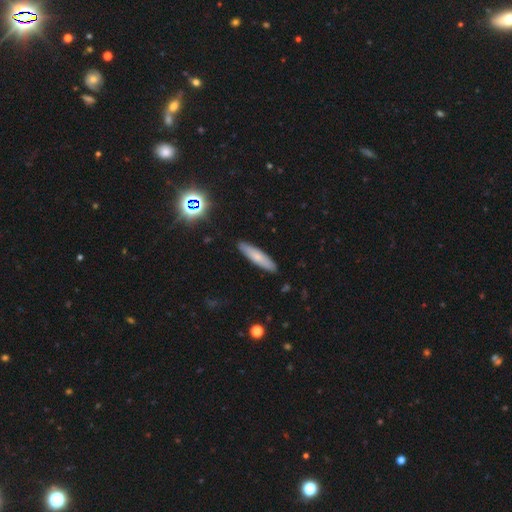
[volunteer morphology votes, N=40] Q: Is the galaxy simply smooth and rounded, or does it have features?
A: smooth — 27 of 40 (68%).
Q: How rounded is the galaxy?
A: cigar-shaped — 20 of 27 (74%).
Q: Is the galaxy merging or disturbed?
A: none — 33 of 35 (94%).